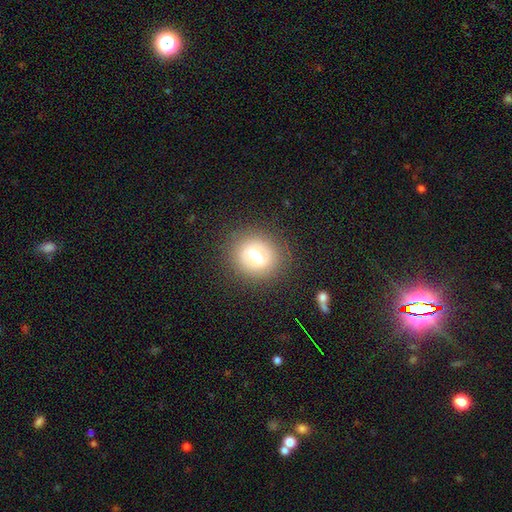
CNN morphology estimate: This appears to be a smooth galaxy with no disk features (49%). Merging: none (83%).